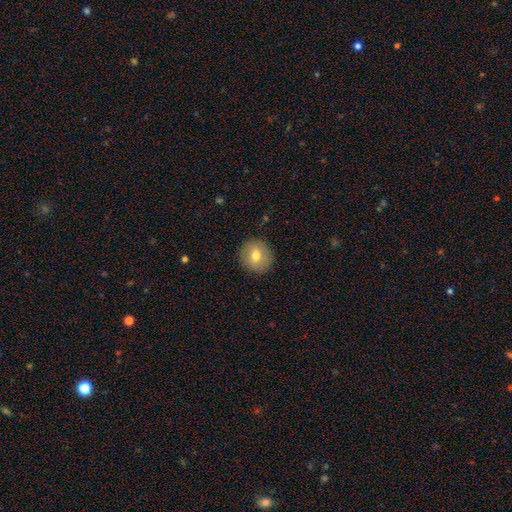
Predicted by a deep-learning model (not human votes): smooth 69%, featured or disk 22%, star or artifact 8%. Down the decision tree: how rounded — round (84%); merging — none (88%).